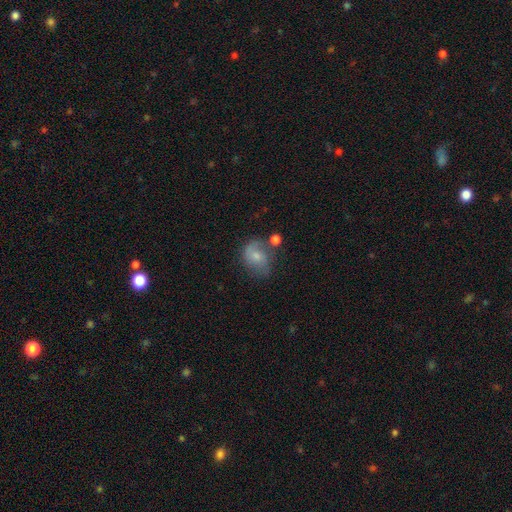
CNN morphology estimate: Smooth or featured? smooth (49%)
Merging? none (47%)